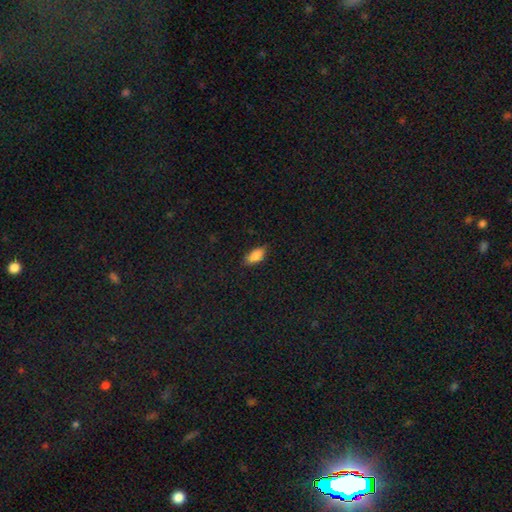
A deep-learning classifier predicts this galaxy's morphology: Q: Smooth or featured?
A: smooth (86%); runner-up: star or artifact (8%)
Q: How rounded?
A: in between (89%); runner-up: cigar-shaped (8%)
Q: Merging?
A: none (79%); runner-up: minor disturbance (17%)